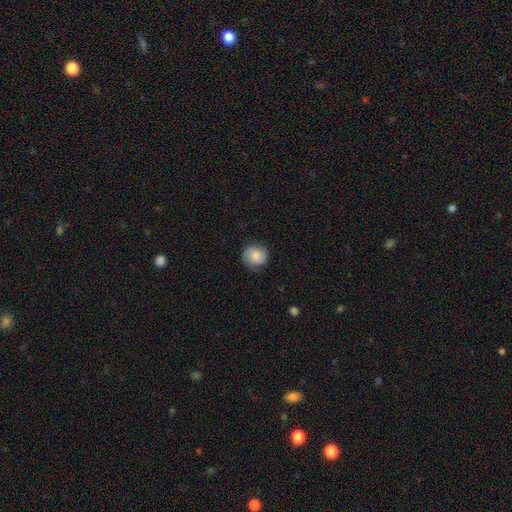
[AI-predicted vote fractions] Smooth or featured?
  - smooth: 65% *
  - featured or disk: 26%
  - star or artifact: 8%
How rounded?
  - round: 87% *
  - in between: 12%
  - cigar-shaped: 1%
Merging?
  - none: 82% *
  - minor disturbance: 13%
  - major disturbance: 4%
  - merger: 1%